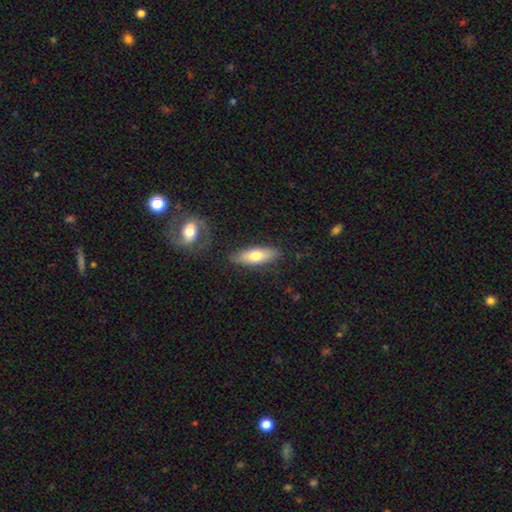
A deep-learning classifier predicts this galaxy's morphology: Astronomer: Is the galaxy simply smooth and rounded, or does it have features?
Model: smooth — 66%.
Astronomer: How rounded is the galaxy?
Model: in between — 61% (runner-up: cigar-shaped, 36%).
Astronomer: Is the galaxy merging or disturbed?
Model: none — 82%.